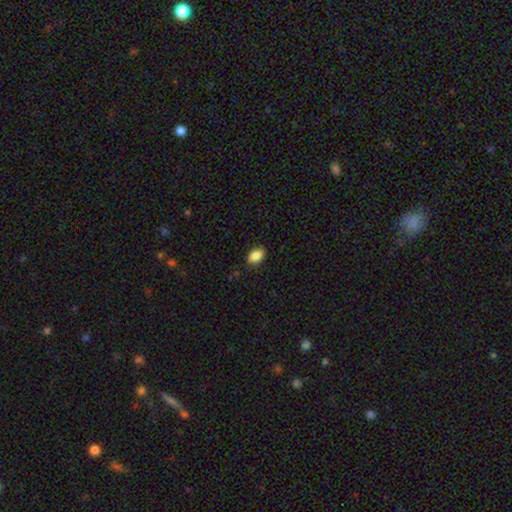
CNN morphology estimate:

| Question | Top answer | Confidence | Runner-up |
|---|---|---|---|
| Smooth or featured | smooth | 88% | star or artifact (8%) |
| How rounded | in between | 88% | round (10%) |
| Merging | none | 86% | minor disturbance (10%) |